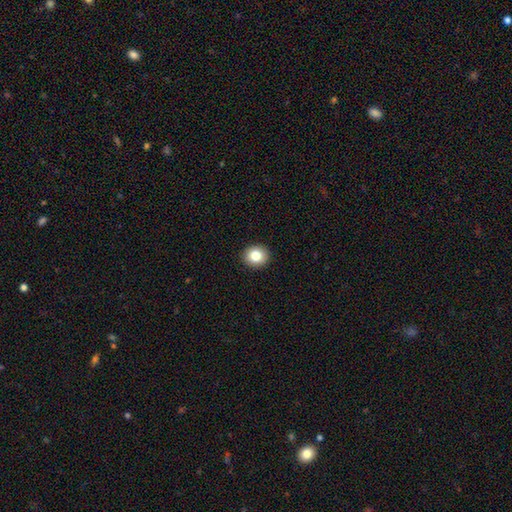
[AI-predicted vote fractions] Smooth or featured? Predicted: smooth (p=0.82). How rounded? Predicted: round (p=0.76). Merging? Predicted: none (p=0.92).